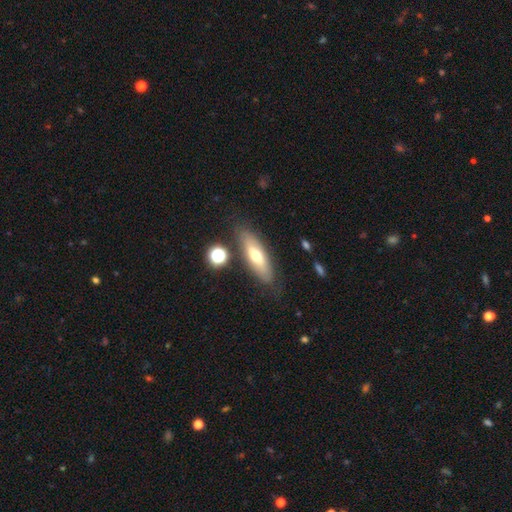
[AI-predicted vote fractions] Morphology: type=smooth (57%); roundness=in between (53%); merging=none (79%).